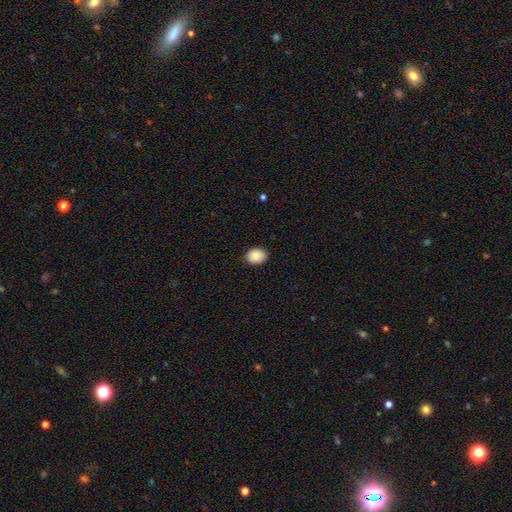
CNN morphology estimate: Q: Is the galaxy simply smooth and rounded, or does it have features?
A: smooth — 88%.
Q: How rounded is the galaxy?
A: in between — 63%.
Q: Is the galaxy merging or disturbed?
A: none — 88%.